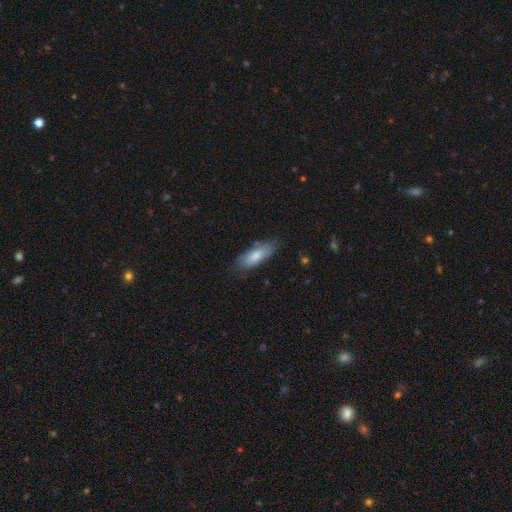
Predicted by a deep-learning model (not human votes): Smooth or featured? Predicted: smooth (p=0.78). How rounded? Predicted: in between (p=0.67). Merging? Predicted: none (p=0.73).